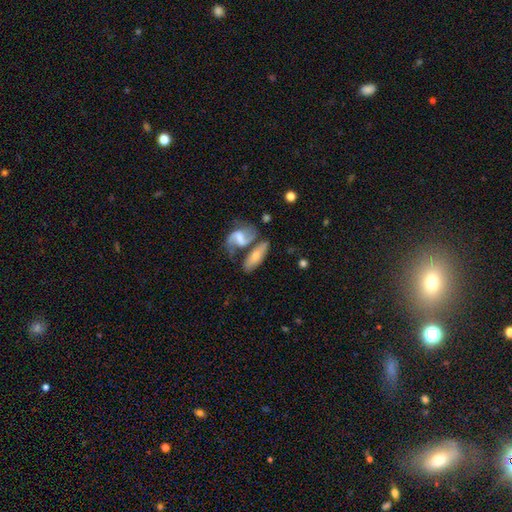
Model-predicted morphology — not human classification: Q: Smooth or featured?
A: smooth (47%); runner-up: featured or disk (46%)
Q: Merging?
A: none (42%); runner-up: merger (35%)